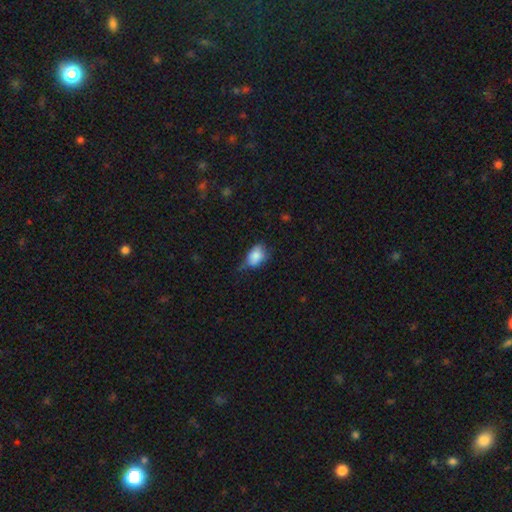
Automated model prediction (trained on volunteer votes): The model was most divided on "merging": minor disturbance: 43%, none: 35%, major disturbance: 19%, merger: 3%. More confident: how rounded — in between (79%); smooth or featured — smooth (78%).